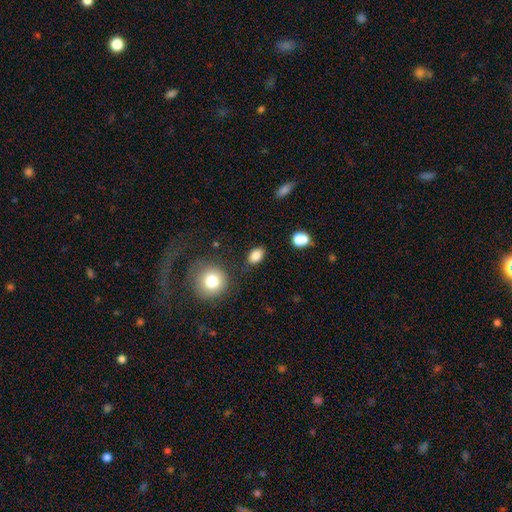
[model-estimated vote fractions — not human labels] Smooth or featured: smooth — 84% (star or artifact — 10%)
How rounded: in between — 81% (round — 17%)
Merging: none — 84% (minor disturbance — 11%)